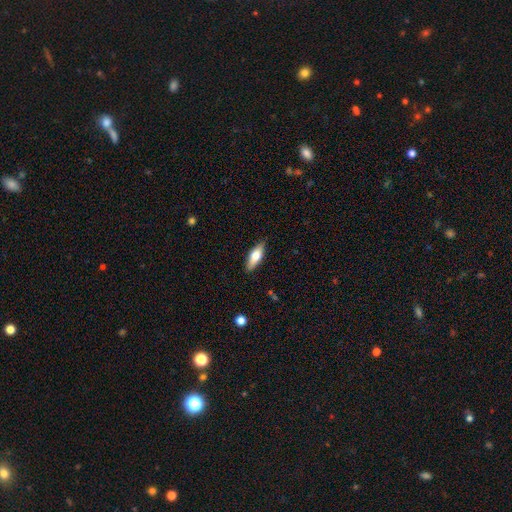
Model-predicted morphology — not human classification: Smooth or featured?
  - smooth: 63% *
  - featured or disk: 31%
  - star or artifact: 6%
How rounded?
  - in between: 62% *
  - cigar-shaped: 35%
  - round: 2%
Merging?
  - none: 86% *
  - minor disturbance: 11%
  - major disturbance: 2%
  - merger: 1%